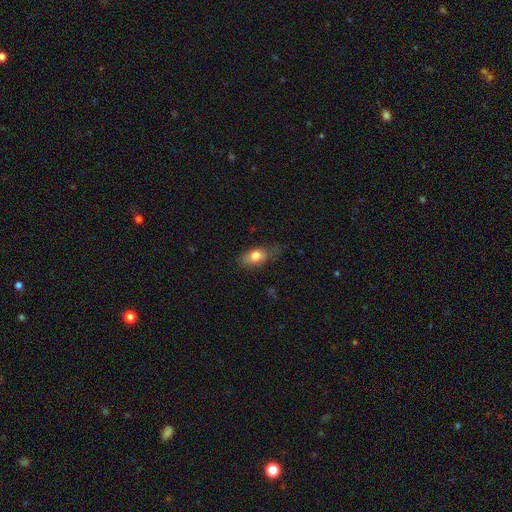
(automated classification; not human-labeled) The model was most divided on "merging": none: 65%, minor disturbance: 26%, major disturbance: 7%, merger: 1%. More confident: how rounded — in between (83%); smooth or featured — smooth (78%).